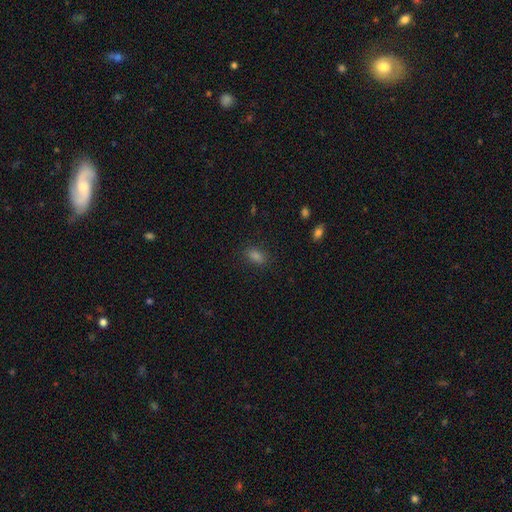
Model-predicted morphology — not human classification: This appears to be a smooth galaxy with no disk features (78%) that is in between round and cigar-shaped (83%). Merging: none (87%).